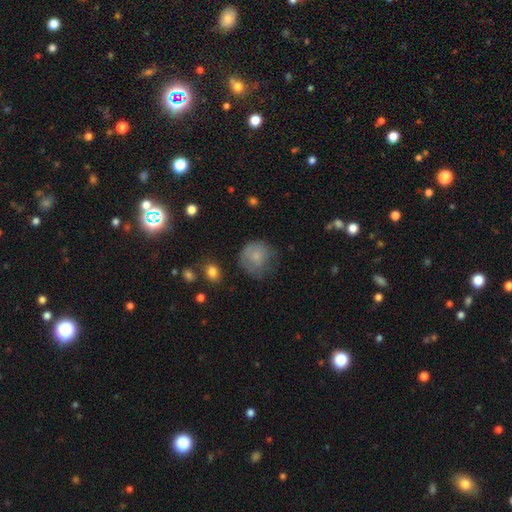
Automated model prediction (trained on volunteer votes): A smooth galaxy with no disk features (74%) that is round (85%).

Vote fractions:
- Smooth or featured? smooth: 74% / featured or disk: 16% / star or artifact: 10%
- How rounded? round: 85% / in between: 14% / cigar-shaped: 1%
- Merging? none: 53% / minor disturbance: 28% / major disturbance: 17% / merger: 2%